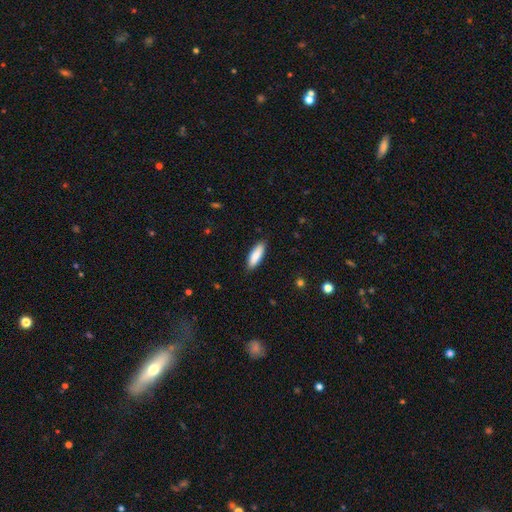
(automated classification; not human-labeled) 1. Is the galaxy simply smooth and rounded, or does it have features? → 87% smooth, 7% featured or disk, 5% star or artifact.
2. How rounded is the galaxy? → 53% in between, 46% cigar-shaped, 1% round.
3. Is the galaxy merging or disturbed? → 87% none, 10% minor disturbance, 2% major disturbance, 1% merger.